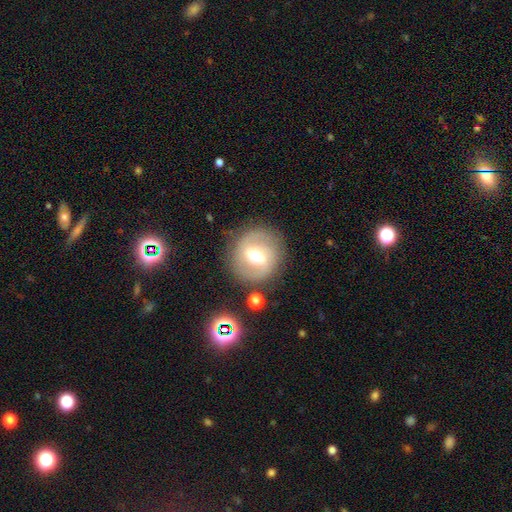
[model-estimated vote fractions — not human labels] A featured or disk galaxy (64%) with a weak bar (50%), spiral arms (75%) and a moderate central bulge (67%). Merging: none (83%).